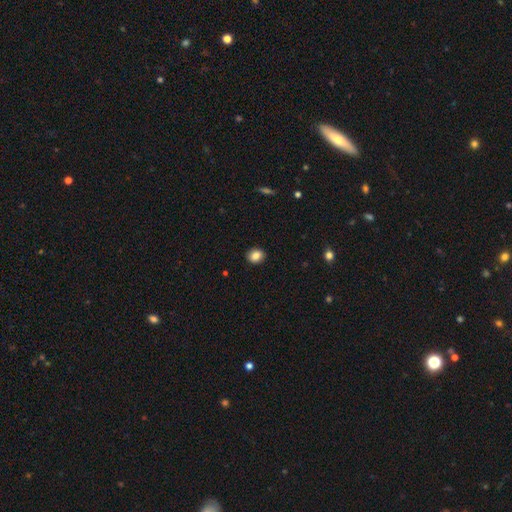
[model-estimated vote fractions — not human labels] A smooth galaxy with no disk features (86%) that is round (59%).

Vote fractions:
- Smooth or featured? smooth: 86% / star or artifact: 9% / featured or disk: 5%
- How rounded? round: 59% / in between: 40% / cigar-shaped: 1%
- Merging? none: 91% / minor disturbance: 6% / major disturbance: 2% / merger: 1%